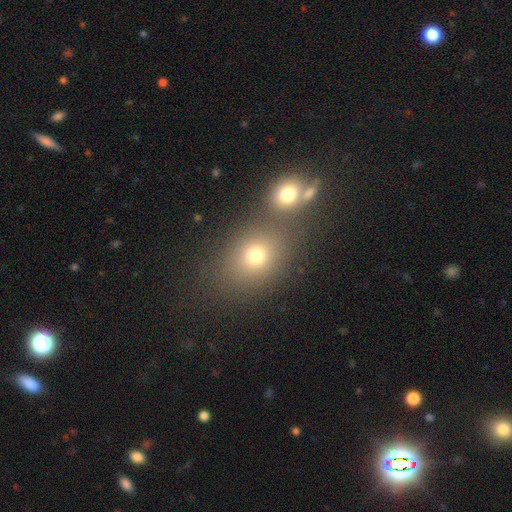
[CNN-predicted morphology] type=smooth (70%); roundness=round (53%); merging=none (57%).